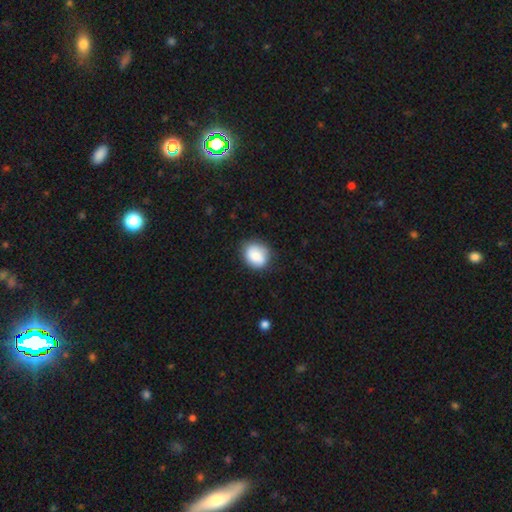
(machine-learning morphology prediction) A smooth galaxy with no disk features (81%) that is round (65%). Merging: none (79%).